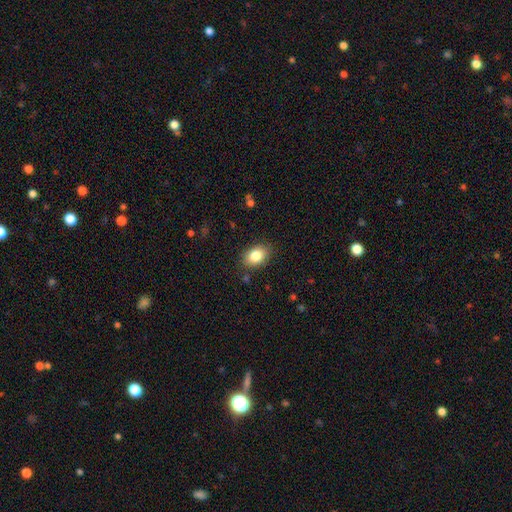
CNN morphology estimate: type=smooth (84%); roundness=in between (83%); merging=none (85%).